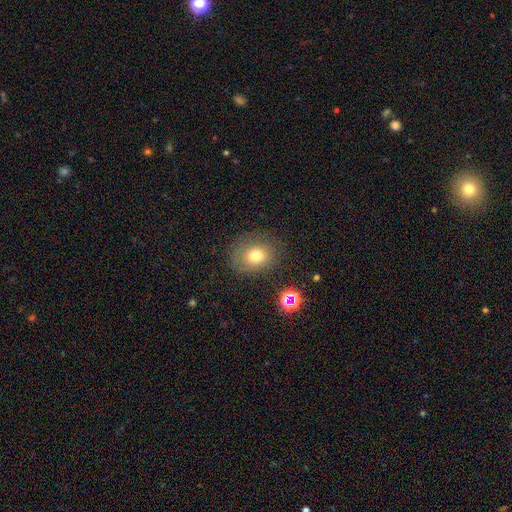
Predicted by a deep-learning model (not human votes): This appears to be a smooth galaxy with no disk features (74%) that is round (55%). Merging: none (79%).